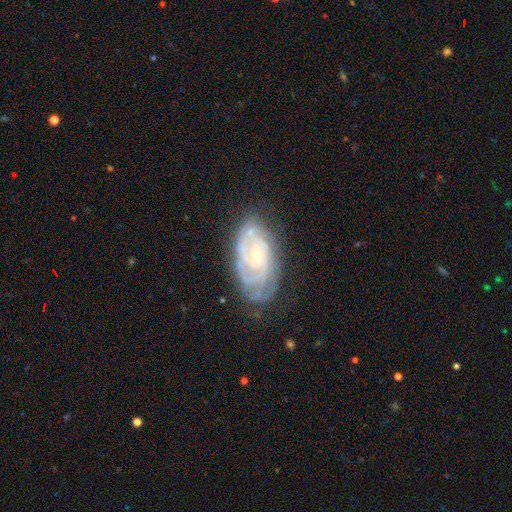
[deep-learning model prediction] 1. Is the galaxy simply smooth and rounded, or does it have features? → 83% featured or disk, 11% smooth, 6% star or artifact.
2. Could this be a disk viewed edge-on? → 95% no, 5% yes.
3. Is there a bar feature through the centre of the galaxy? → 76% no, 19% weak, 4% strong.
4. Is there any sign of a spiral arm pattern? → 92% yes, 8% no.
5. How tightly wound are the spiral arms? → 73% tight, 23% medium, 5% loose.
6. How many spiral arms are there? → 40% can't tell, 22% 2, 18% 3, 11% 4, 5% more than 4, 5% 1.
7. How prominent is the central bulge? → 71% small, 26% moderate, 1% none, 1% large, 1% dominant.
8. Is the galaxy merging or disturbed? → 66% none, 23% minor disturbance, 9% major disturbance, 2% merger.